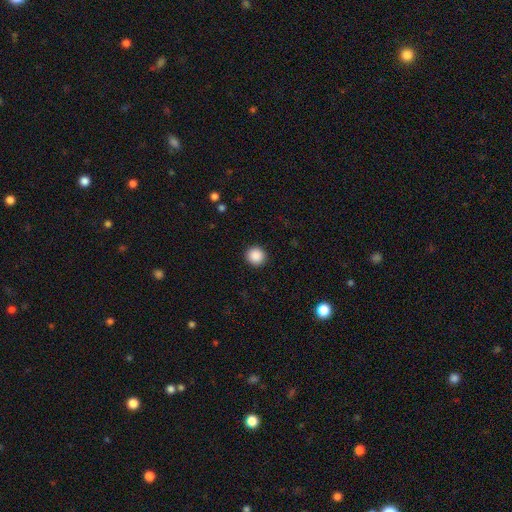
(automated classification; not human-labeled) This appears to be a smooth galaxy with no disk features (89%) that is round (94%). Merging: none (92%).